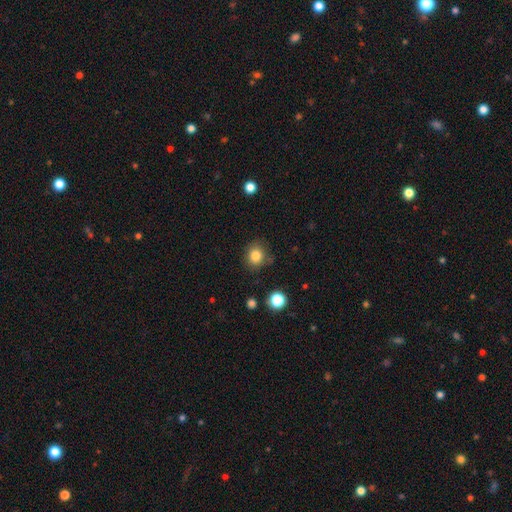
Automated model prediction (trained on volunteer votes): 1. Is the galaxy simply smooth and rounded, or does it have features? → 83% smooth, 11% star or artifact, 6% featured or disk.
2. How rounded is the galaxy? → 78% round, 21% in between, 1% cigar-shaped.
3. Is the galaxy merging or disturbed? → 79% none, 15% minor disturbance, 4% major disturbance, 3% merger.